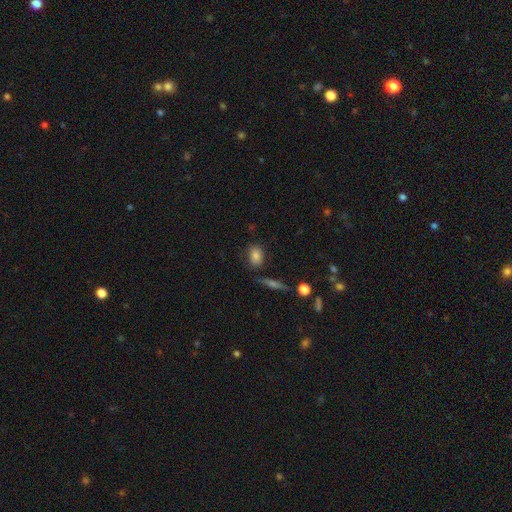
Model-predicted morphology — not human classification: Smooth or featured: smooth — 79% (featured or disk — 11%)
How rounded: in between — 73% (round — 24%)
Merging: none — 75% (minor disturbance — 15%)